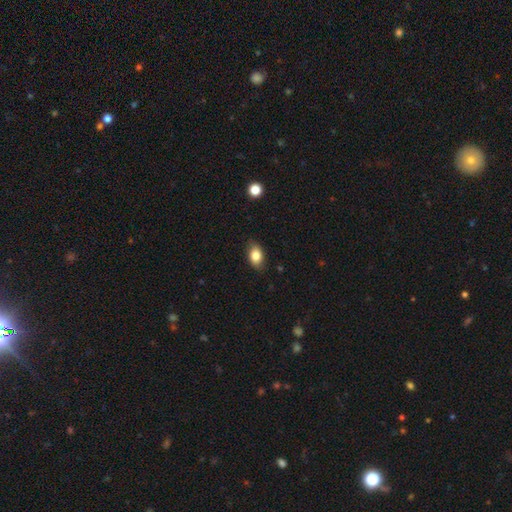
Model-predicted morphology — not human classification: Smooth or featured: smooth — 83% (featured or disk — 9%)
How rounded: in between — 85% (round — 13%)
Merging: none — 83% (minor disturbance — 13%)